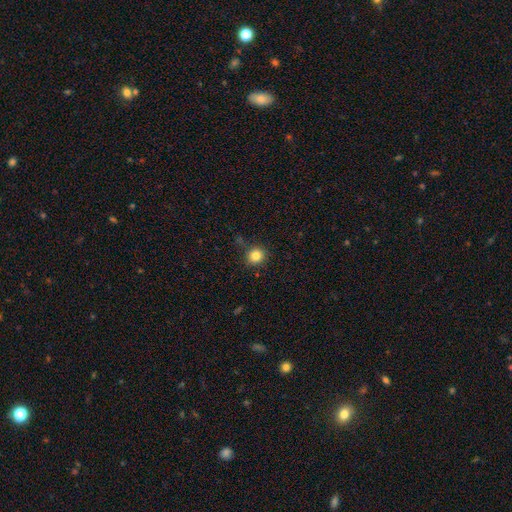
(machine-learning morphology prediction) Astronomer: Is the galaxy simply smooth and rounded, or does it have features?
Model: smooth — 82%.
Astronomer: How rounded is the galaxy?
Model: round — 90%.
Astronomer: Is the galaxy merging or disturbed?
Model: none — 85%.